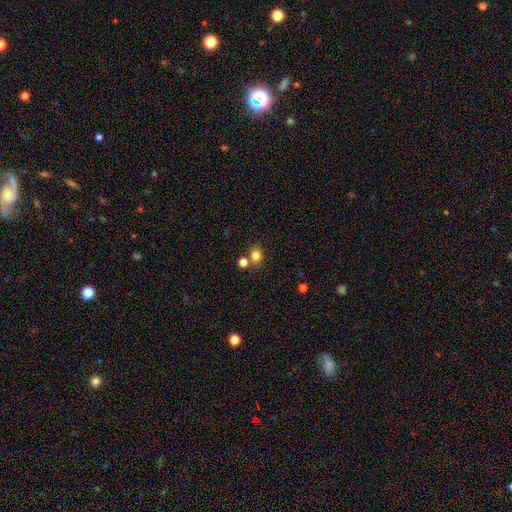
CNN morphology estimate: Smooth or featured?
  - smooth: 81% *
  - star or artifact: 13%
  - featured or disk: 6%
How rounded?
  - round: 69% *
  - in between: 30%
  - cigar-shaped: 1%
Merging?
  - none: 69% *
  - merger: 19%
  - minor disturbance: 9%
  - major disturbance: 3%